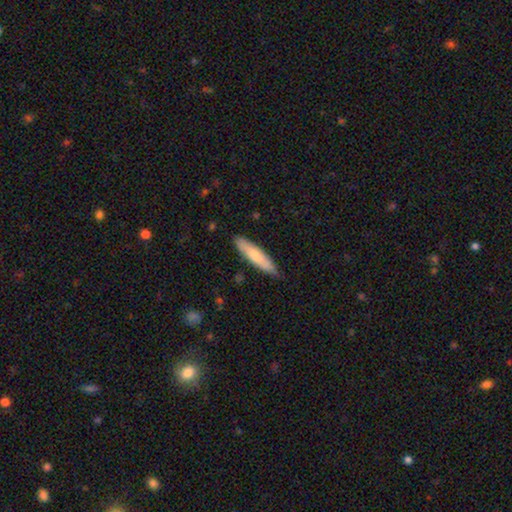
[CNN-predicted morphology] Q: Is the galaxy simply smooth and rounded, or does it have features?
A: smooth — 71%.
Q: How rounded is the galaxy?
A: cigar-shaped — 79%.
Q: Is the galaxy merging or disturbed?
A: none — 83%.